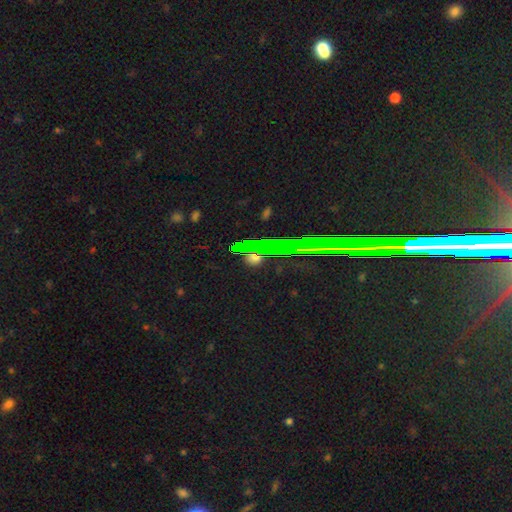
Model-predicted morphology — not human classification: A star or artifact, not a galaxy (58%).

Vote fractions:
- Smooth or featured? star or artifact: 58% / smooth: 26% / featured or disk: 16%